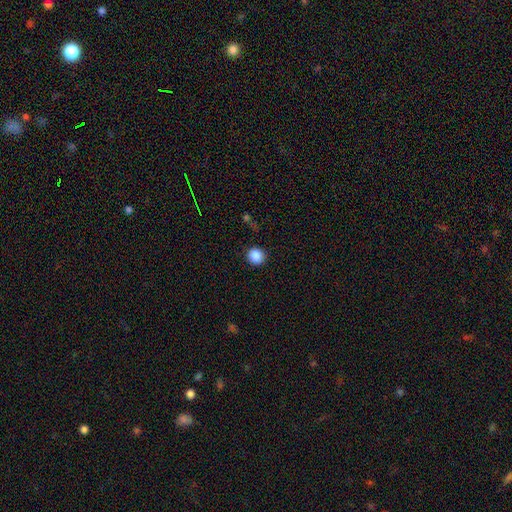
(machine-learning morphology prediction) smooth_or_featured: smooth (p=0.87) [alt: star or artifact p=0.10]
how_rounded: round (p=0.91) [alt: in between p=0.08]
merging: none (p=0.89) [alt: minor disturbance p=0.07]